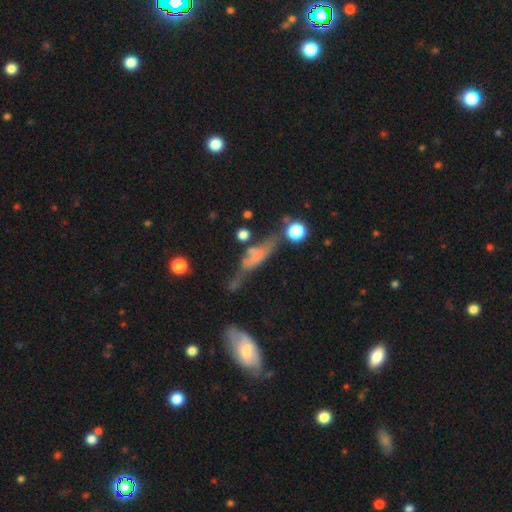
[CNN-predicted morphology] Smooth or featured: featured or disk — 47% (smooth — 41%)
Merging: none — 47% (minor disturbance — 24%)